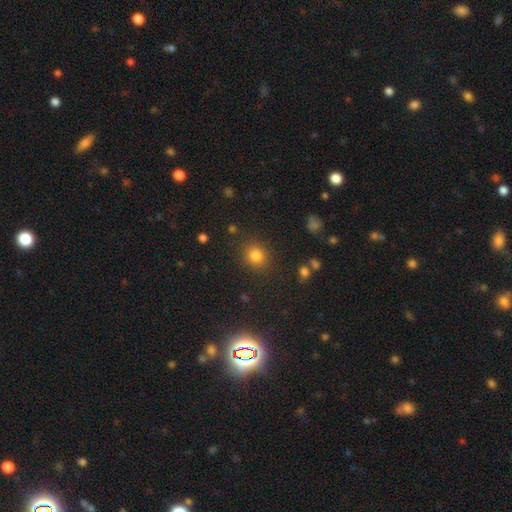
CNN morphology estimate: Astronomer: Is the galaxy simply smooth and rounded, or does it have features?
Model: smooth — 80%.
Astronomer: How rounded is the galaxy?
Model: round — 81%.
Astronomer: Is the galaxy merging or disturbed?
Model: none — 86%.